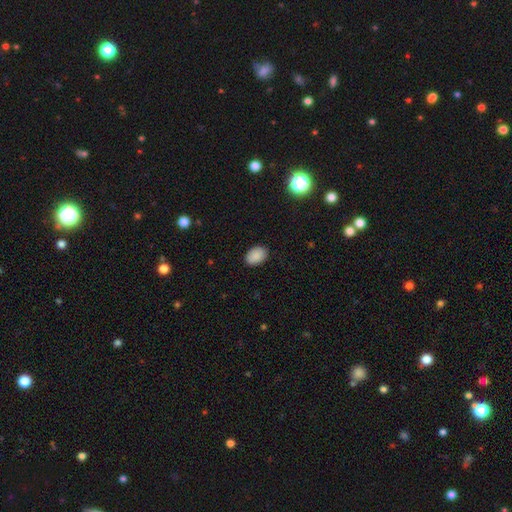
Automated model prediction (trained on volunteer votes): Q: Smooth or featured?
A: smooth (89%); runner-up: star or artifact (8%)
Q: How rounded?
A: in between (83%); runner-up: round (16%)
Q: Merging?
A: none (88%); runner-up: minor disturbance (9%)